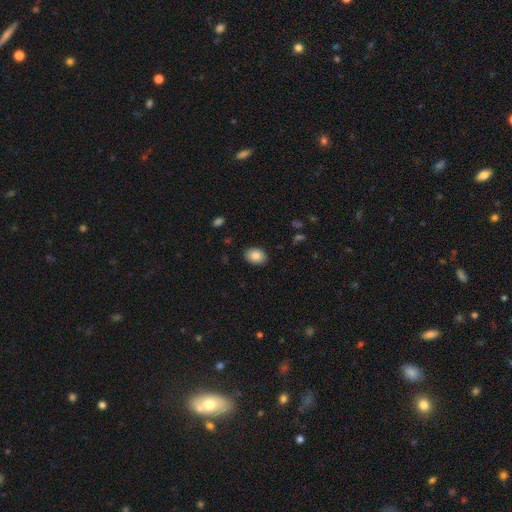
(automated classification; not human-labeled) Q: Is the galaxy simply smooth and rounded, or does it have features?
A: smooth — 85%.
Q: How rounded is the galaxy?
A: in between — 68%.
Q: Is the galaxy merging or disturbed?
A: none — 89%.